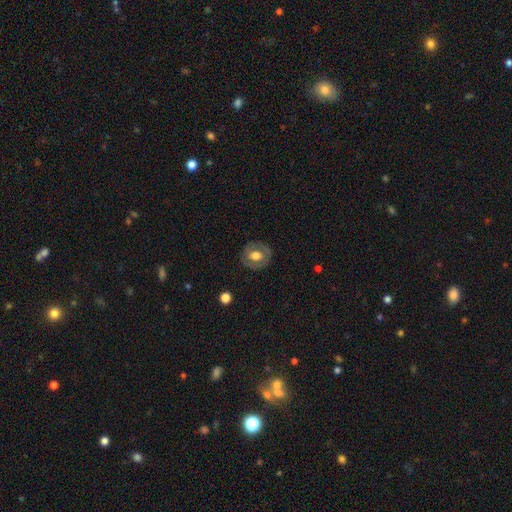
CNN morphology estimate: type=smooth (48%); merging=none (82%).